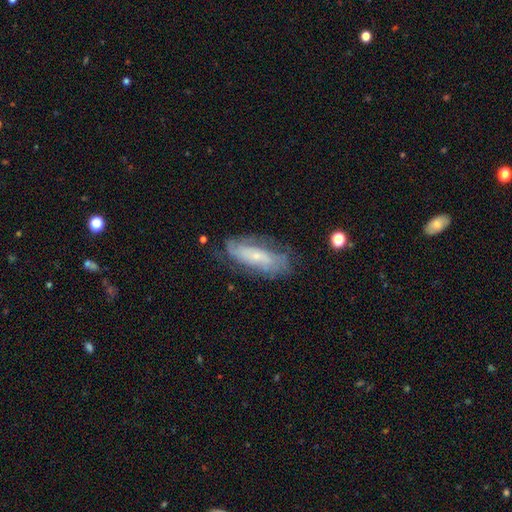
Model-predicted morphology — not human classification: type=featured or disk (64%); edge-on=no (84%); bar=no (62%); spiral arms=yes (82%); bulge=small (72%); merging=none (66%).